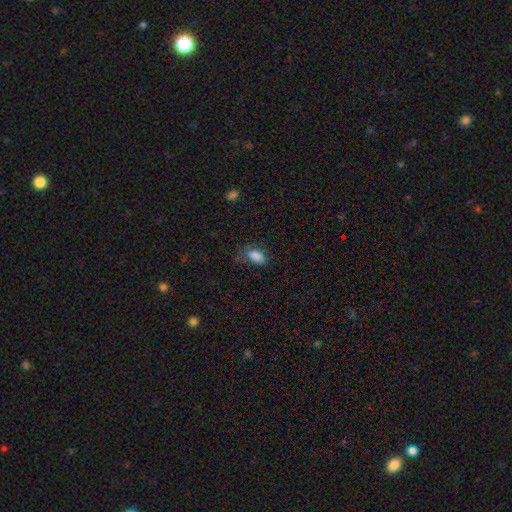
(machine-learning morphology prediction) A smooth galaxy with no disk features (83%) that is in between round and cigar-shaped (91%). Merging: none (58%).